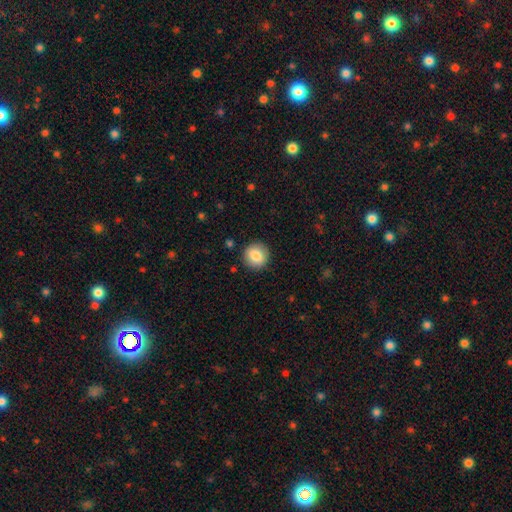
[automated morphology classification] Smooth or featured? smooth (83%)
How rounded? round (90%)
Merging? none (90%)